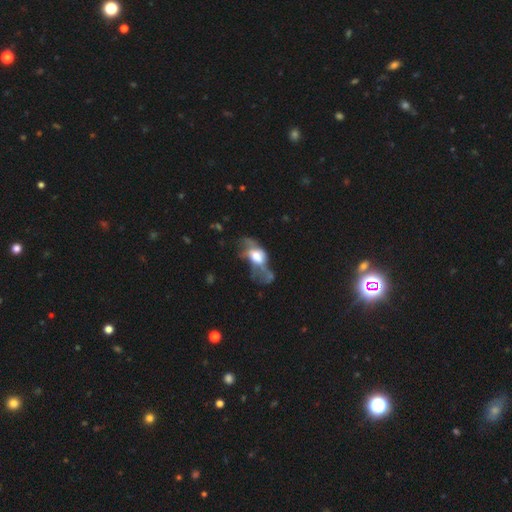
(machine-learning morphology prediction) A featured or disk galaxy (49%).

Vote fractions:
- Smooth or featured? featured or disk: 49% / smooth: 41% / star or artifact: 10%
- Merging? major disturbance: 51% / none: 19% / minor disturbance: 15% / merger: 15%